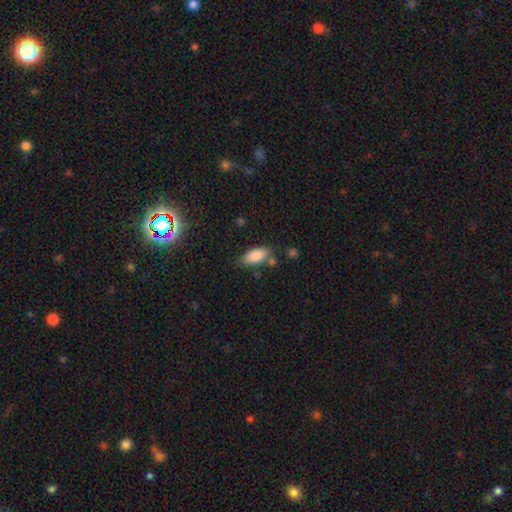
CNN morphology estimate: This is clearly a smooth galaxy (84%). How rounded: clearly in between (85%). Merging: likely none (67%).